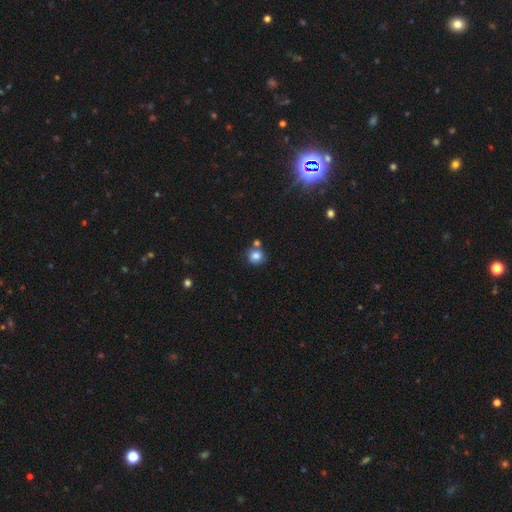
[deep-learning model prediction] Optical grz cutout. It shows a smooth galaxy with no disk features (82%) that is round (86%). Merging: none (64%).